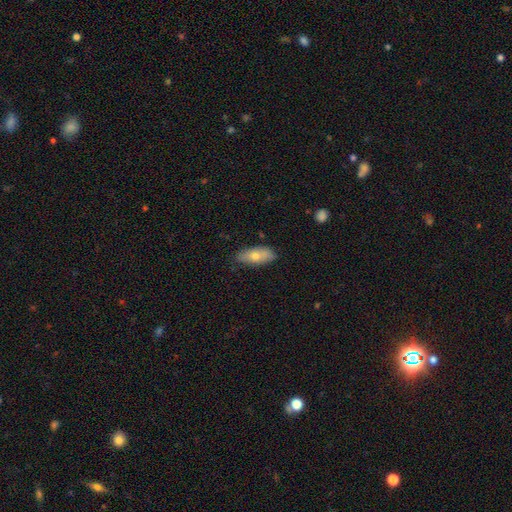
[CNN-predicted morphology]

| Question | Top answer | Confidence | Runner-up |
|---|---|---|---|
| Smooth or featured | smooth | 63% | featured or disk (30%) |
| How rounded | in between | 72% | cigar-shaped (25%) |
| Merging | none | 80% | minor disturbance (16%) |